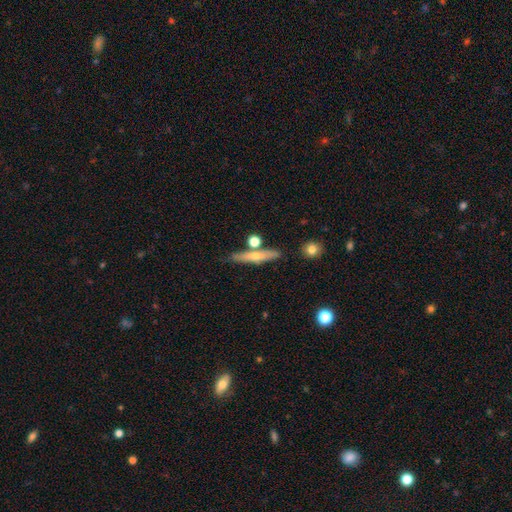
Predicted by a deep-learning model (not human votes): smooth-or-featured: featured or disk: 56% | smooth: 36% | star or artifact: 8%
  disk-edge-on: yes: 94% | no: 6%
    edge-on-bulge: rounded: 72% | none: 24% | boxy: 4%
  merging: none: 80% | minor disturbance: 10% | merger: 8% | major disturbance: 2%